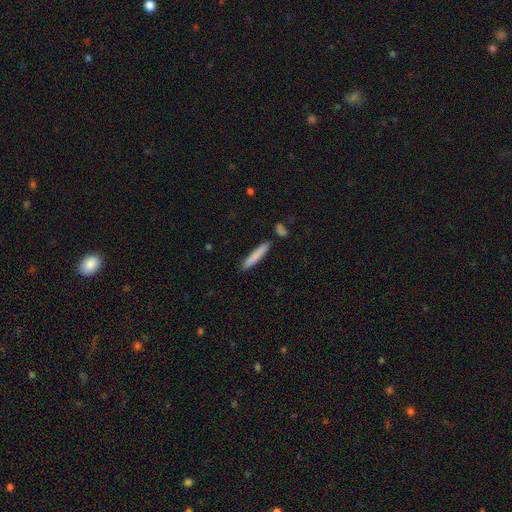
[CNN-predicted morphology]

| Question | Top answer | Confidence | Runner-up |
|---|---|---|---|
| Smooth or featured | smooth | 79% | featured or disk (15%) |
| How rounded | cigar-shaped | 93% | in between (5%) |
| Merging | none | 85% | minor disturbance (9%) |